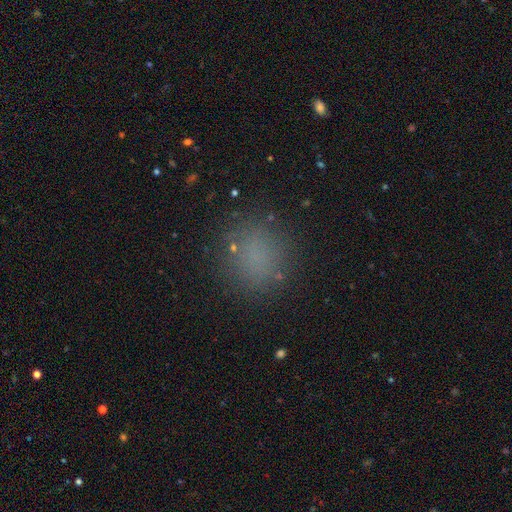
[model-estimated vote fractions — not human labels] smooth-or-featured: smooth: 75% | star or artifact: 18% | featured or disk: 7%
  how-rounded: round: 84% | in between: 15% | cigar-shaped: 1%
  merging: none: 86% | minor disturbance: 9% | major disturbance: 4% | merger: 2%